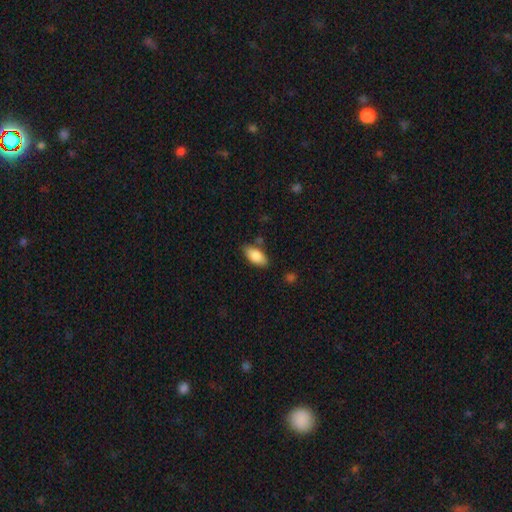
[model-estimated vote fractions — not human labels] A smooth galaxy with no disk features (85%) that is in between round and cigar-shaped (89%).

Vote fractions:
- Smooth or featured? smooth: 85% / featured or disk: 8% / star or artifact: 6%
- How rounded? in between: 89% / cigar-shaped: 8% / round: 2%
- Merging? none: 78% / minor disturbance: 15% / merger: 4% / major disturbance: 3%